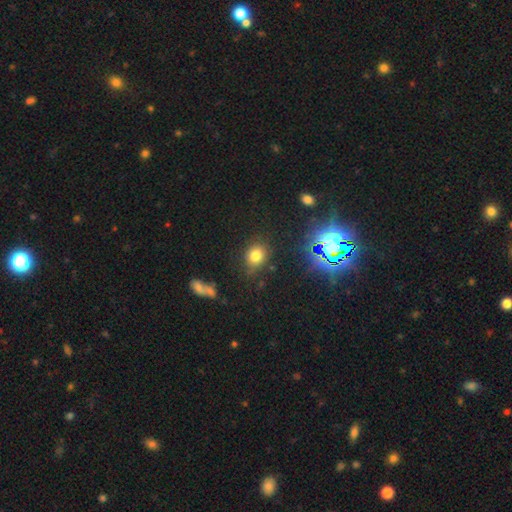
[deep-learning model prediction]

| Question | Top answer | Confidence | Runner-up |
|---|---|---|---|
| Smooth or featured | smooth | 73% | star or artifact (19%) |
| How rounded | round | 64% | in between (35%) |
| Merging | none | 76% | minor disturbance (15%) |